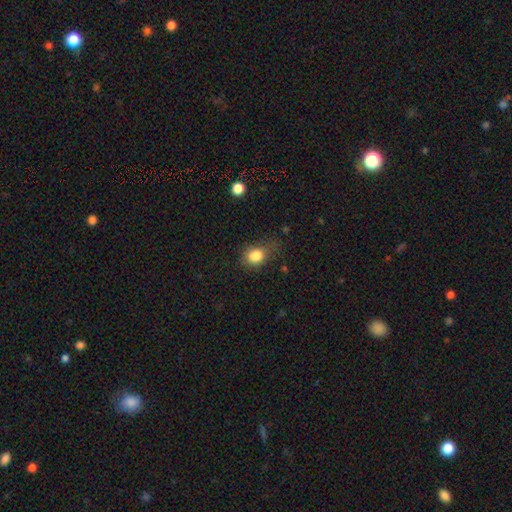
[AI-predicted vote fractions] A smooth galaxy with no disk features (84%) that is in between round and cigar-shaped (56%).

Vote fractions:
- Smooth or featured? smooth: 84% / star or artifact: 10% / featured or disk: 6%
- How rounded? in between: 56% / round: 42% / cigar-shaped: 1%
- Merging? none: 52% / minor disturbance: 31% / major disturbance: 15% / merger: 2%